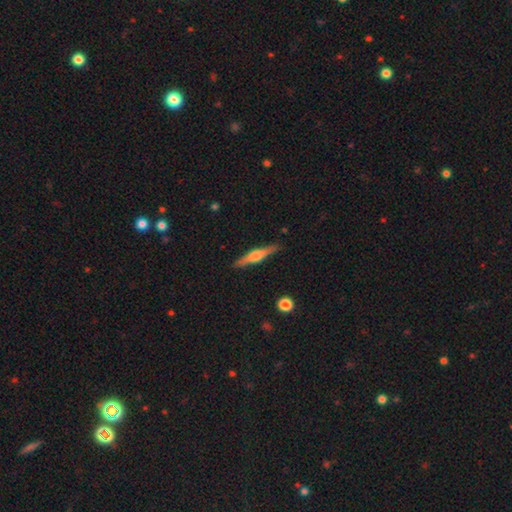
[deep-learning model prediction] A featured or disk galaxy (69%) viewed edge-on (98%) with a rounded central bulge (85%).

Vote fractions:
- Smooth or featured? featured or disk: 69% / smooth: 25% / star or artifact: 6%
- Edge-on disk? yes: 98% / no: 2%
- Edge-on bulge? rounded: 85% / boxy: 11% / none: 4%
- Merging? none: 89% / minor disturbance: 8% / major disturbance: 2% / merger: 1%